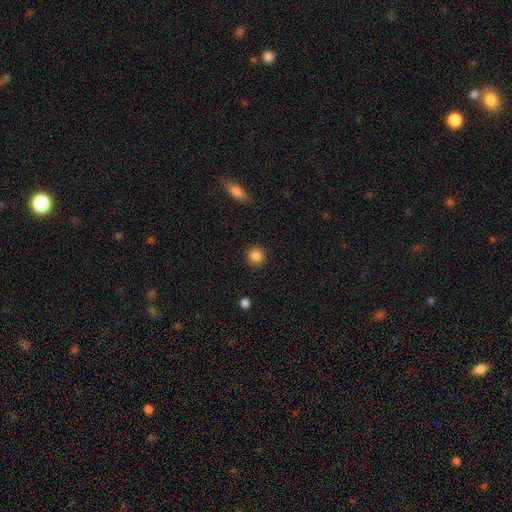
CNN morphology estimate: Q: Smooth or featured?
A: smooth (86%); runner-up: star or artifact (10%)
Q: How rounded?
A: round (93%); runner-up: in between (6%)
Q: Merging?
A: none (91%); runner-up: minor disturbance (5%)